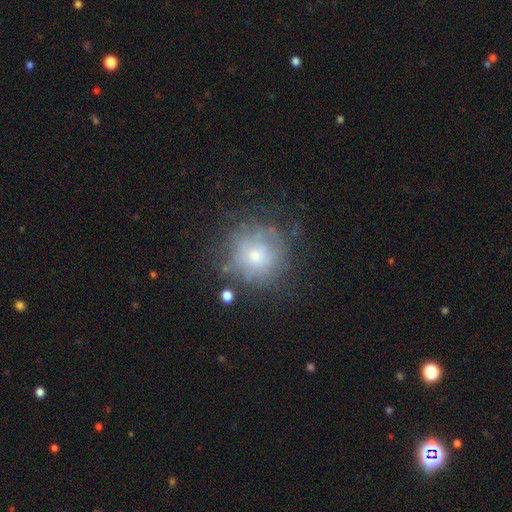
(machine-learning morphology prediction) type=smooth (53%); roundness=round (91%); merging=none (64%).